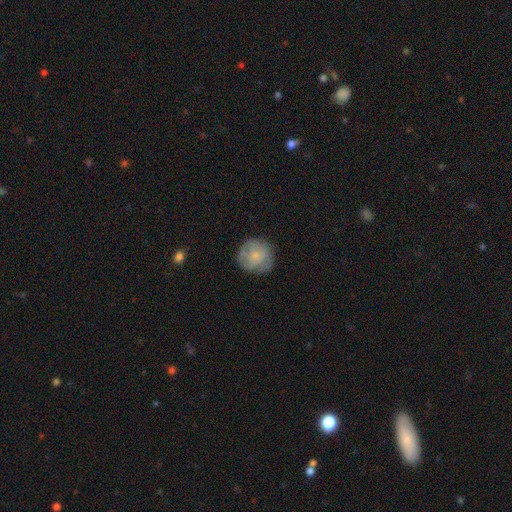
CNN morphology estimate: smooth 56%, featured or disk 36%, star or artifact 7%. Down the decision tree: how rounded — round (90%); merging — none (72%).